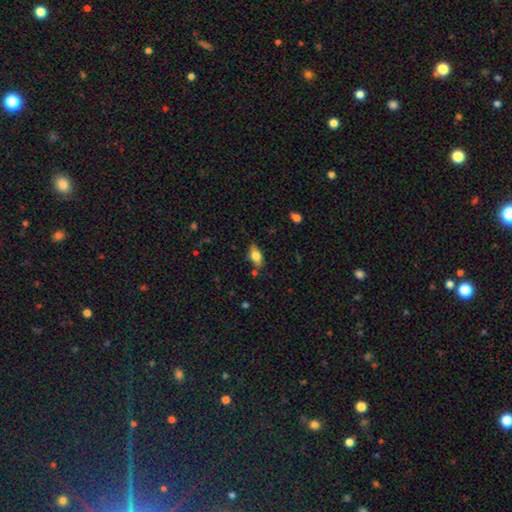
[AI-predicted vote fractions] Morphology: type=smooth (72%); roundness=in between (86%); merging=none (77%).